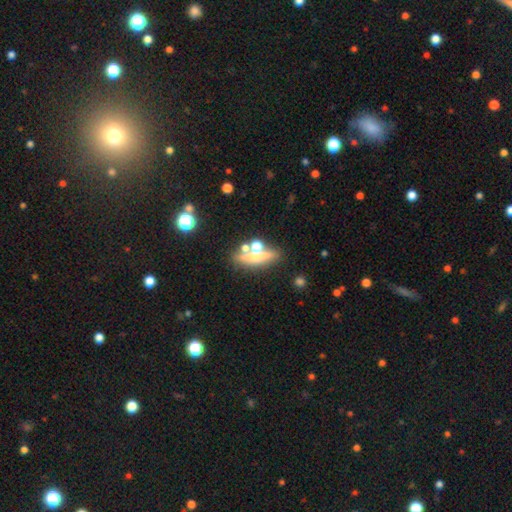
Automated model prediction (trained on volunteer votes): Overall: smooth (43%, tied with featured or disk). Merging: none (67%).